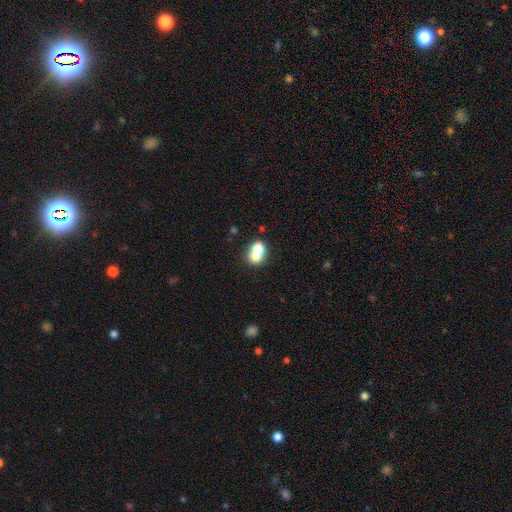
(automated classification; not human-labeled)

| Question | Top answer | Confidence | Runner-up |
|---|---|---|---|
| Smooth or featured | smooth | 67% | featured or disk (23%) |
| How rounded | round | 65% | in between (34%) |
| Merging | merger | 63% | none (28%) |